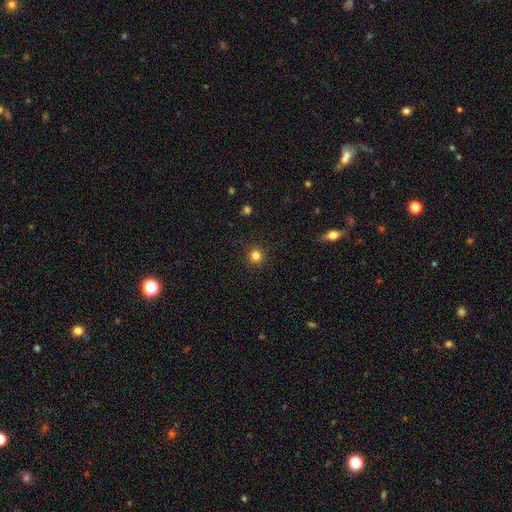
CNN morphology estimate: Smooth or featured? smooth (82%)
How rounded? round (95%)
Merging? none (92%)